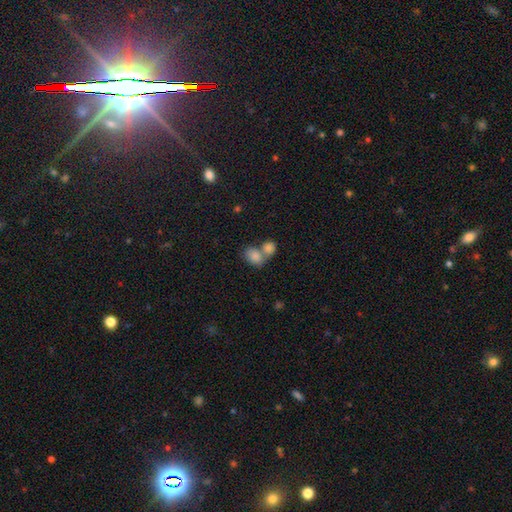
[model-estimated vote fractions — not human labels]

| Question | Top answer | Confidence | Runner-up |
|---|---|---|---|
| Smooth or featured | smooth | 84% | featured or disk (9%) |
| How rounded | in between | 67% | round (31%) |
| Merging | merger | 61% | none (28%) |